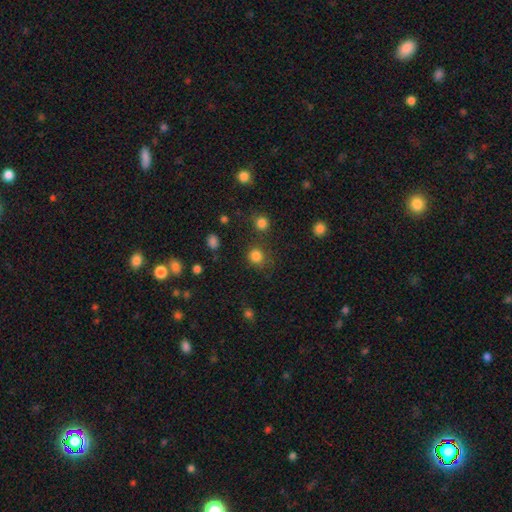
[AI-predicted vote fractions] smooth-or-featured: smooth: 81% | star or artifact: 15% | featured or disk: 4%
  how-rounded: round: 88% | in between: 11% | cigar-shaped: 1%
  merging: none: 77% | minor disturbance: 11% | merger: 7% | major disturbance: 5%